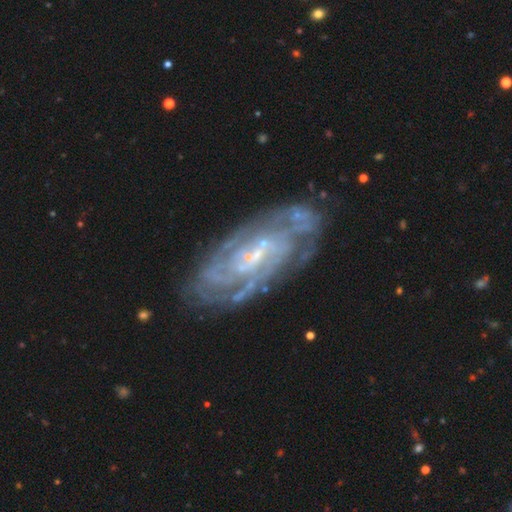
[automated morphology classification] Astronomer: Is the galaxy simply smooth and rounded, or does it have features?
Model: featured or disk — 86%.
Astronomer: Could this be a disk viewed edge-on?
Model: no — 93%.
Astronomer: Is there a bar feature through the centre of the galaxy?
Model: weak — 43% (runner-up: no, 39%).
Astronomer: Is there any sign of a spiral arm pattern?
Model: yes — 94%.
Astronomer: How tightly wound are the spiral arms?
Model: tight — 70%.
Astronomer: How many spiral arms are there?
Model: can't tell — 41% (runner-up: 2, 18%).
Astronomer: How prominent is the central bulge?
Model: small — 69%.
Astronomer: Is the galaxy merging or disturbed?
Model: none — 75%.